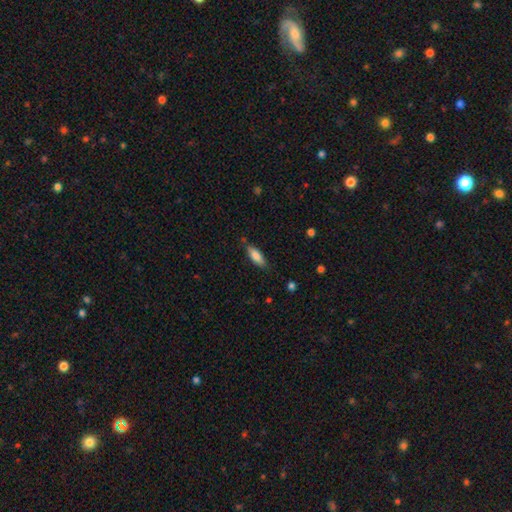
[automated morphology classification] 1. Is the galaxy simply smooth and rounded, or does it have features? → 81% smooth, 12% featured or disk, 6% star or artifact.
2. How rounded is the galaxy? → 62% in between, 36% cigar-shaped, 2% round.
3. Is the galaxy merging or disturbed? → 78% none, 17% minor disturbance, 3% major disturbance, 2% merger.